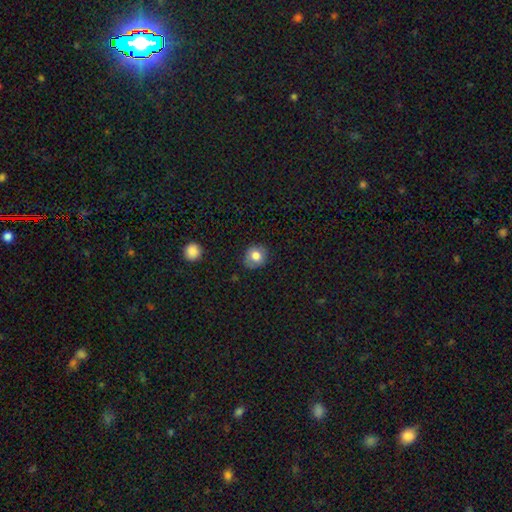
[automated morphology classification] Smooth or featured? smooth (77%)
How rounded? round (76%)
Merging? none (78%)